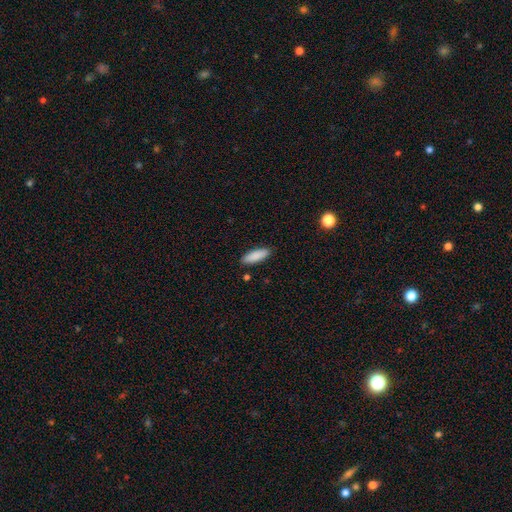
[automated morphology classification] Overall: smooth (88%). How rounded: in between (55%; cigar-shaped 43%). Merging: none (88%).